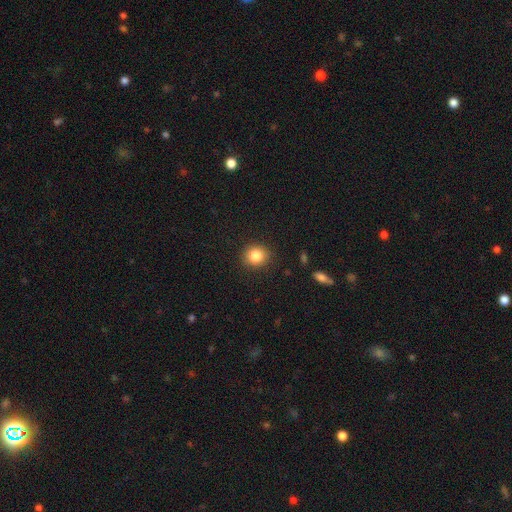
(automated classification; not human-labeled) This appears to be a smooth galaxy with no disk features (84%) that is round (83%). Merging: none (89%).